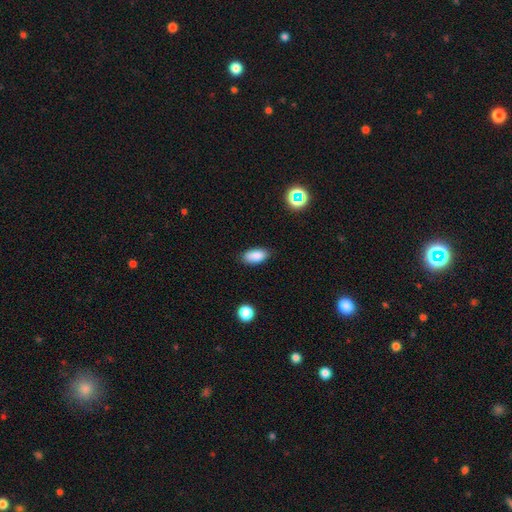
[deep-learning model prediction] The model was most divided on "merging": none: 84%, minor disturbance: 12%, major disturbance: 2%, merger: 1%. More confident: how rounded — in between (90%); smooth or featured — smooth (87%).